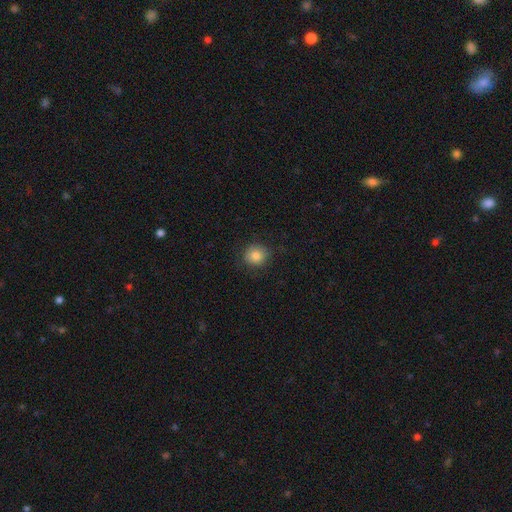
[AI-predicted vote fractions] smooth-or-featured: smooth: 83% | star or artifact: 10% | featured or disk: 6%
  how-rounded: round: 86% | in between: 13% | cigar-shaped: 1%
  merging: none: 85% | minor disturbance: 11% | major disturbance: 3% | merger: 1%